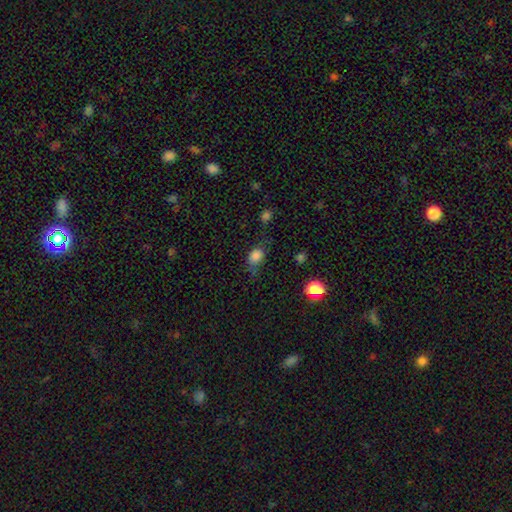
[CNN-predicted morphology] Smooth or featured: smooth — 81% (star or artifact — 13%)
How rounded: in between — 60% (round — 38%)
Merging: none — 50% (minor disturbance — 31%)